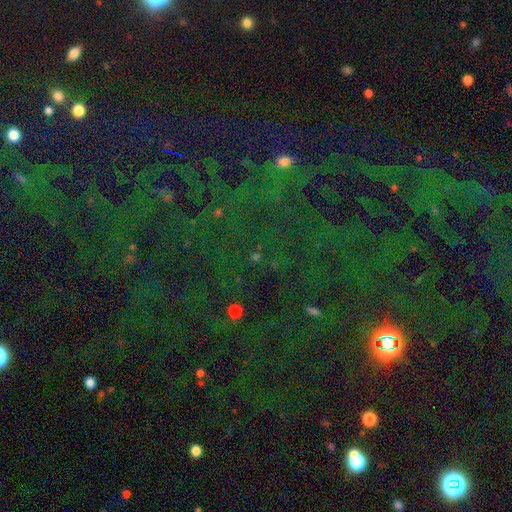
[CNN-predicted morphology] smooth_or_featured: star or artifact (p=0.77) [alt: smooth p=0.14]